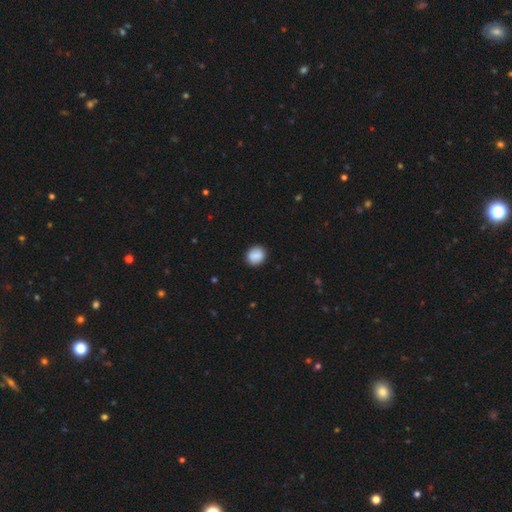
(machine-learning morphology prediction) Smooth or featured?
  - smooth: 86% *
  - star or artifact: 8%
  - featured or disk: 6%
How rounded?
  - round: 72% *
  - in between: 27%
  - cigar-shaped: 1%
Merging?
  - none: 88% *
  - minor disturbance: 9%
  - major disturbance: 2%
  - merger: 1%